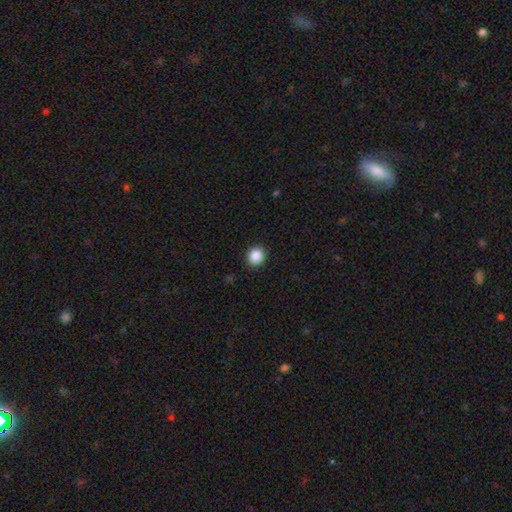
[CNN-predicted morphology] Smooth or featured?
  - smooth: 87% *
  - star or artifact: 9%
  - featured or disk: 4%
How rounded?
  - round: 85% *
  - in between: 14%
  - cigar-shaped: 1%
Merging?
  - none: 91% *
  - minor disturbance: 6%
  - major disturbance: 2%
  - merger: 1%